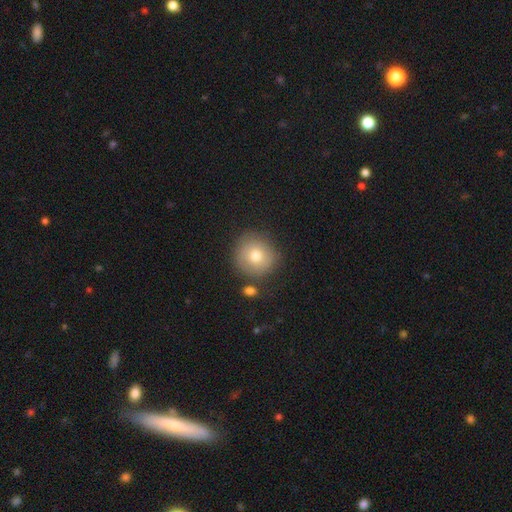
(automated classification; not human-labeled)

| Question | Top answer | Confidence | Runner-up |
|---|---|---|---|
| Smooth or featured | smooth | 74% | featured or disk (16%) |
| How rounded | round | 92% | in between (7%) |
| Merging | none | 80% | minor disturbance (11%) |